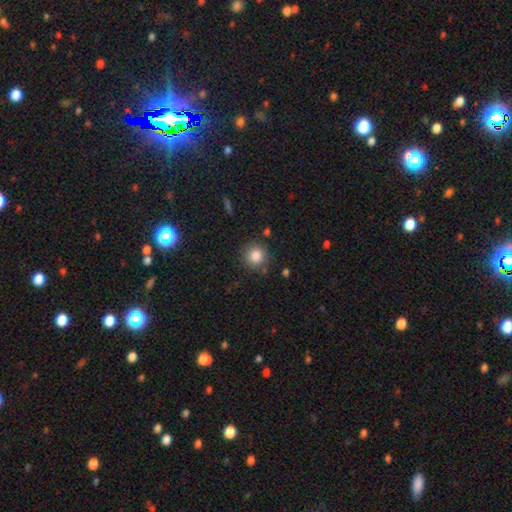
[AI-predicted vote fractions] Smooth or featured? Predicted: smooth (p=0.83). How rounded? Predicted: round (p=0.93). Merging? Predicted: none (p=0.86).